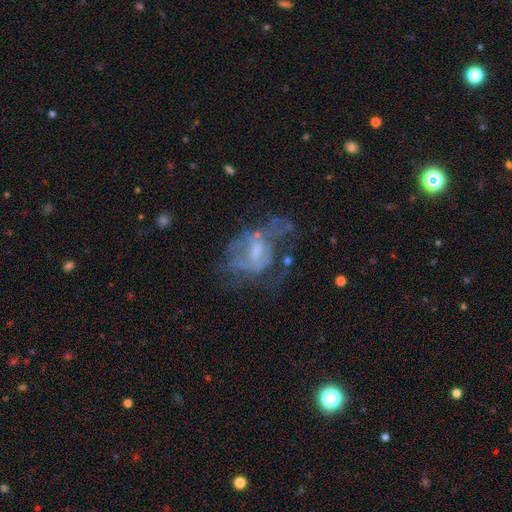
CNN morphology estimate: featured or disk 65%, smooth 19%, star or artifact 16%. Down the decision tree: edge-on disk — no (96%); bar — no (58%); spiral arms — no (54%); bulge size — small (40%); merging — none (40%).